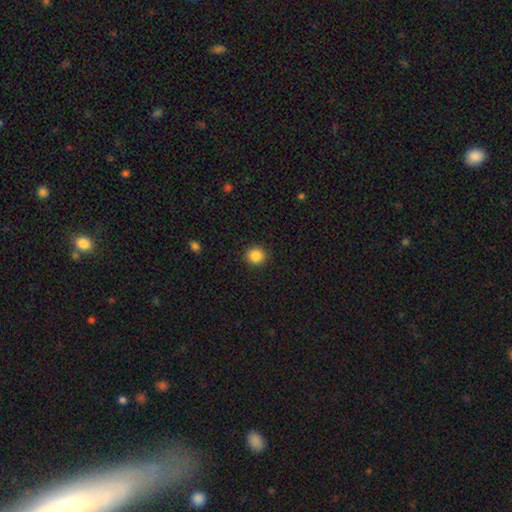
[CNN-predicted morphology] Q: Smooth or featured?
A: smooth (87%); runner-up: star or artifact (10%)
Q: How rounded?
A: round (89%); runner-up: in between (10%)
Q: Merging?
A: none (91%); runner-up: minor disturbance (6%)